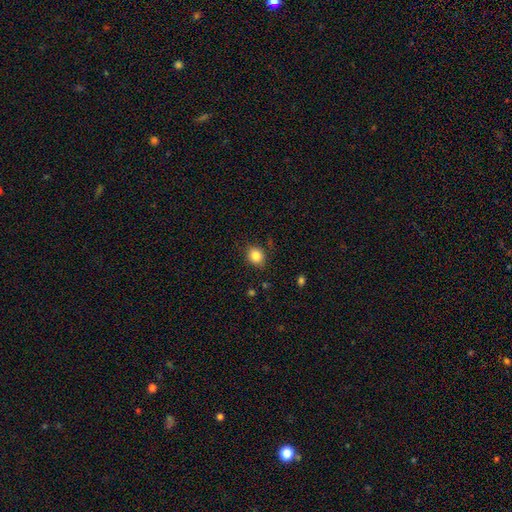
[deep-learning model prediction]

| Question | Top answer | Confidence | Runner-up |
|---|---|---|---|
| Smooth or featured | smooth | 85% | star or artifact (10%) |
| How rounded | round | 59% | in between (40%) |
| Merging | none | 82% | minor disturbance (13%) |